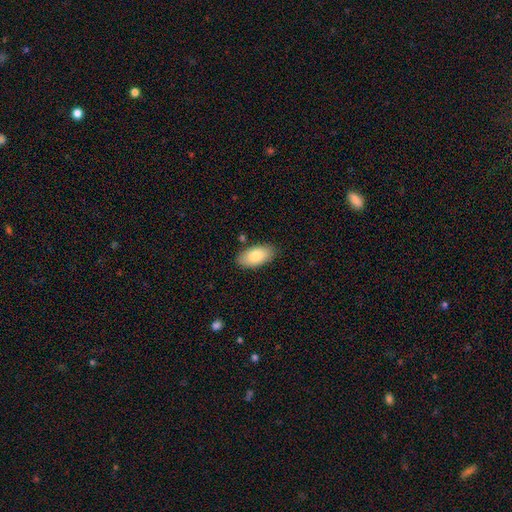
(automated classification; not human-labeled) Smooth or featured: smooth — 81% (featured or disk — 12%)
How rounded: in between — 94% (round — 3%)
Merging: none — 84% (minor disturbance — 11%)